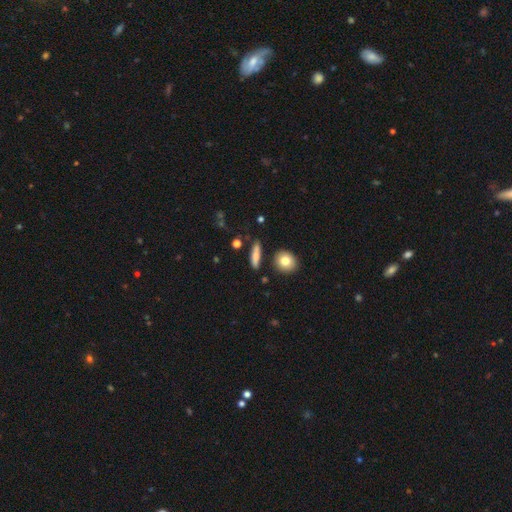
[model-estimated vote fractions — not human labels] Q: Smooth or featured?
A: smooth (75%); runner-up: featured or disk (17%)
Q: How rounded?
A: cigar-shaped (64%); runner-up: in between (28%)
Q: Merging?
A: none (82%); runner-up: minor disturbance (12%)